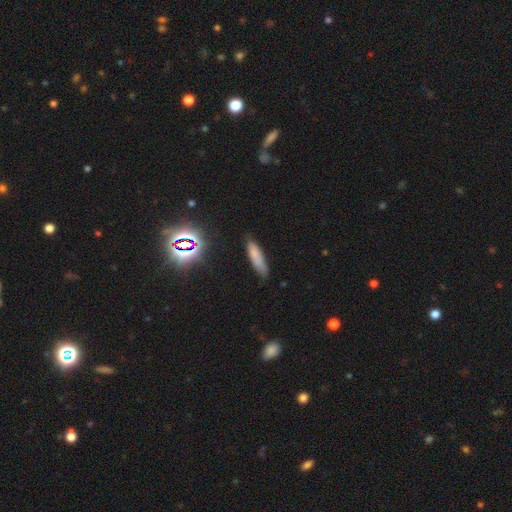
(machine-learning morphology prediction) A smooth galaxy with no disk features (73%) that is cigar-shaped (70%).

Vote fractions:
- Smooth or featured? smooth: 73% / star or artifact: 14% / featured or disk: 13%
- How rounded? cigar-shaped: 70% / in between: 28% / round: 2%
- Merging? none: 77% / minor disturbance: 18% / major disturbance: 4% / merger: 2%